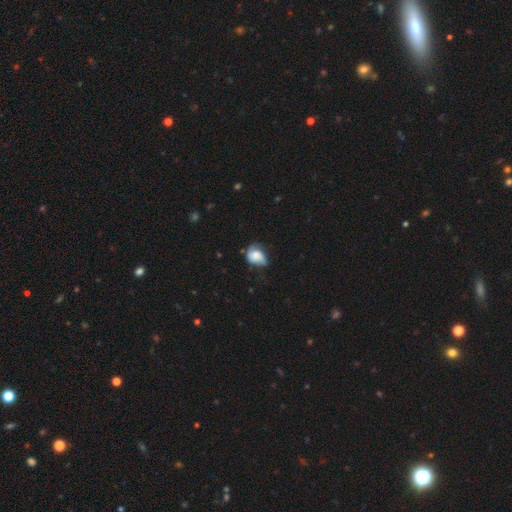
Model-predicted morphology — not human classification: type=smooth (61%); roundness=in between (61%); merging=minor disturbance (41%).